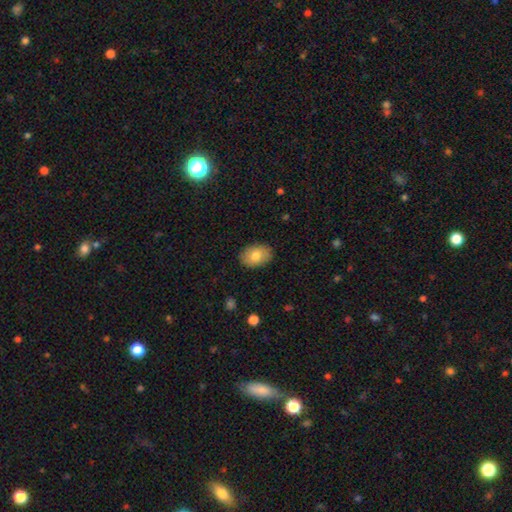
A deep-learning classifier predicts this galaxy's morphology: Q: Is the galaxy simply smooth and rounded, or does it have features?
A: smooth — 78%.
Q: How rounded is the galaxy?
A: in between — 80%.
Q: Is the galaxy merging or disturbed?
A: none — 88%.